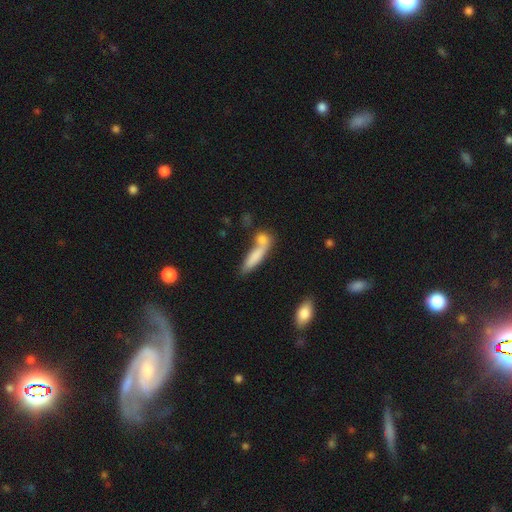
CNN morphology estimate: smooth-or-featured: smooth: 78% | featured or disk: 15% | star or artifact: 7%
  how-rounded: cigar-shaped: 66% | in between: 31% | round: 3%
  merging: merger: 42% | none: 40% | minor disturbance: 12% | major disturbance: 6%